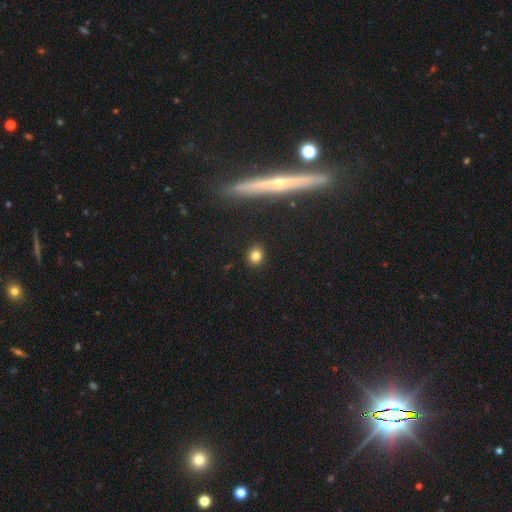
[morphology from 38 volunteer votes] Smooth or featured?
  - smooth: 95% *
  - featured or disk: 3%
  - star or artifact: 3%
How rounded?
  - round: 78% *
  - in between: 22%
  - cigar-shaped: 0%
Merging?
  - none: 92% *
  - minor disturbance: 5%
  - merger: 3%
  - major disturbance: 0%